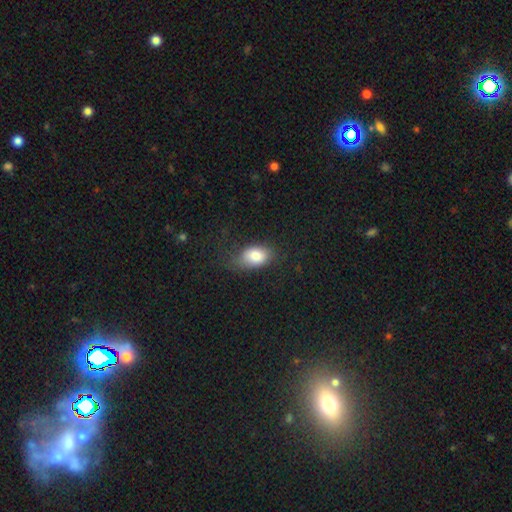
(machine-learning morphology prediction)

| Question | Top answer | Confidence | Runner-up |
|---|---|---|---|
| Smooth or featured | smooth | 80% | featured or disk (11%) |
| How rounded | in between | 87% | round (10%) |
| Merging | none | 59% | minor disturbance (25%) |